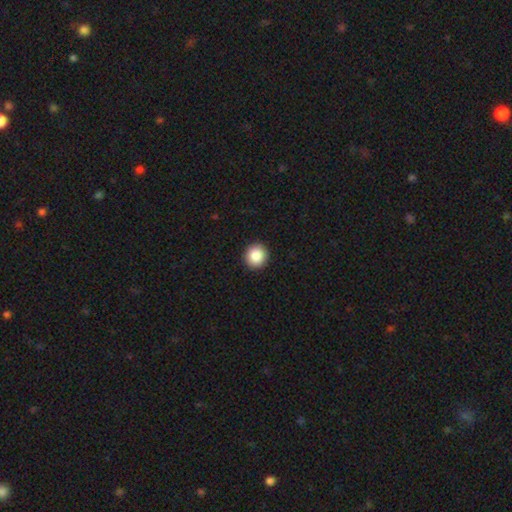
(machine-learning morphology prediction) Smooth or featured: smooth — 88% (star or artifact — 8%)
How rounded: round — 92% (in between — 7%)
Merging: none — 93% (minor disturbance — 5%)